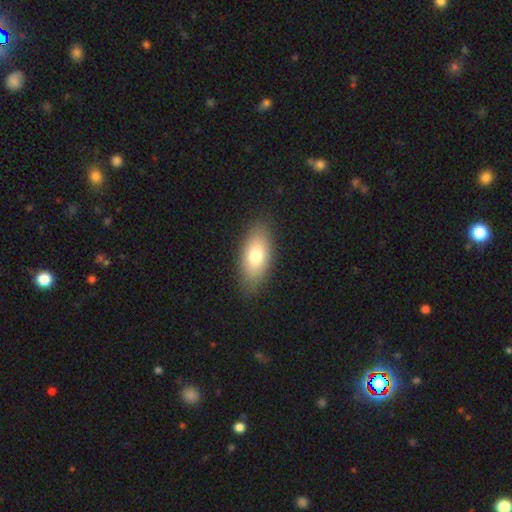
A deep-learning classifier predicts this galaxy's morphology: Smooth or featured? Predicted: smooth (p=0.75). How rounded? Predicted: in between (p=0.88). Merging? Predicted: none (p=0.85).